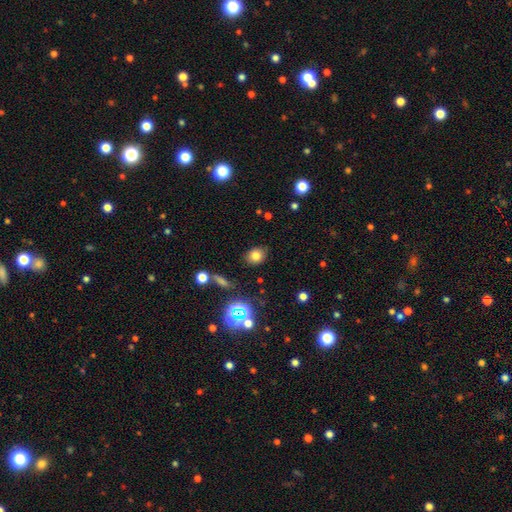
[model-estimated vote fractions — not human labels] The model was most divided on "how rounded": round: 55%, in between: 44%, cigar-shaped: 1%. More confident: merging — none (83%); smooth or featured — smooth (76%).